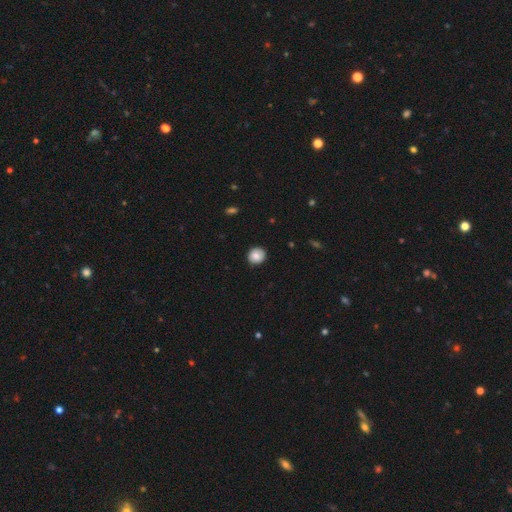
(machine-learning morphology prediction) type=smooth (81%); roundness=round (87%); merging=none (87%).